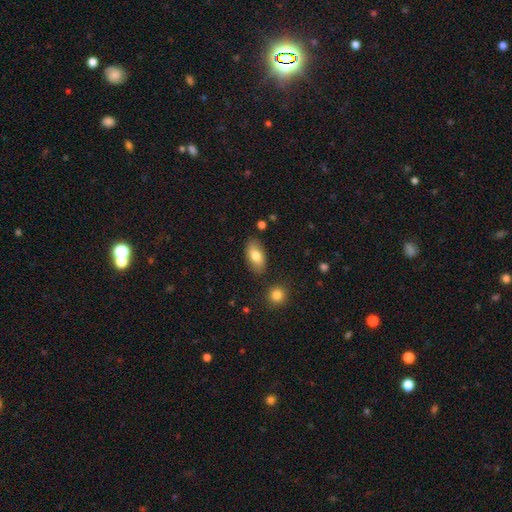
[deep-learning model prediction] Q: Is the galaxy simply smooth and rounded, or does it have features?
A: smooth — 78%.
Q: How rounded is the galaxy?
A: in between — 92%.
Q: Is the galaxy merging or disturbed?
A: none — 84%.